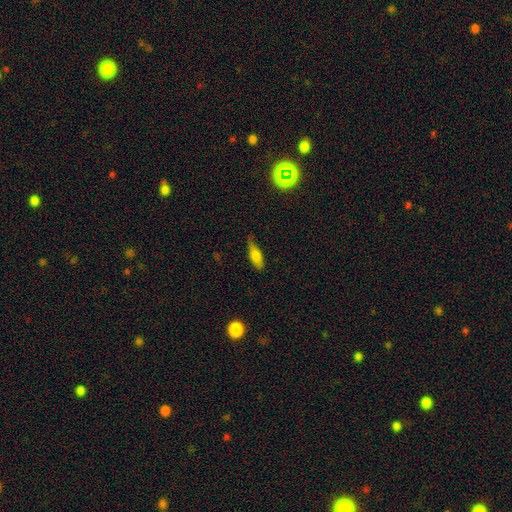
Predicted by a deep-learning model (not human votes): smooth_or_featured: smooth (p=0.69) [alt: featured or disk p=0.23]
how_rounded: in between (p=0.53) [alt: cigar-shaped p=0.44]
merging: none (p=0.65) [alt: minor disturbance p=0.27]